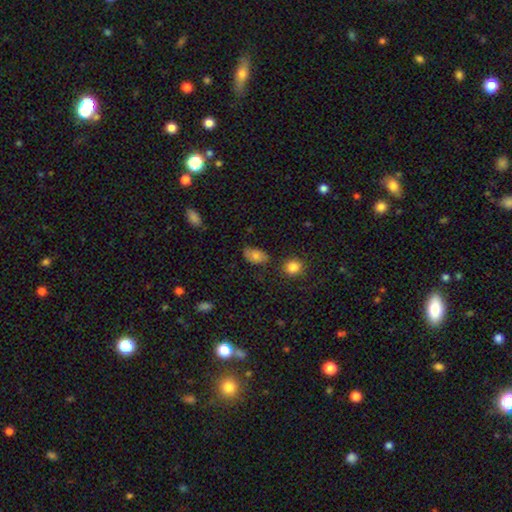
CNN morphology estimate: Q: Smooth or featured?
A: smooth (70%); runner-up: featured or disk (20%)
Q: How rounded?
A: in between (87%); runner-up: round (12%)
Q: Merging?
A: none (65%); runner-up: minor disturbance (25%)